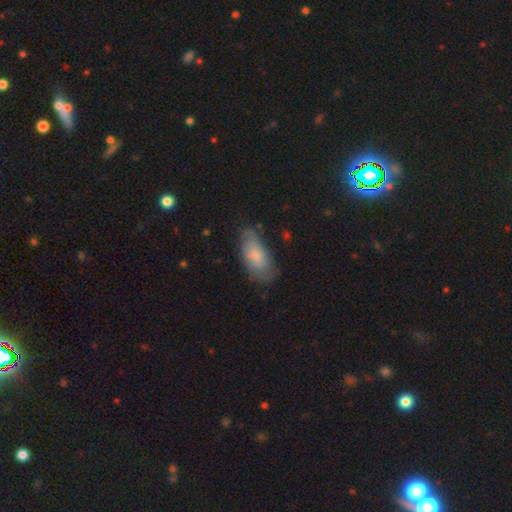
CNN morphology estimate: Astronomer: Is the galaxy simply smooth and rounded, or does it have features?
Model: smooth — 69%.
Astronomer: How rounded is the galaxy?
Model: in between — 89%.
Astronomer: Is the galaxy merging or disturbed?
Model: none — 58%.